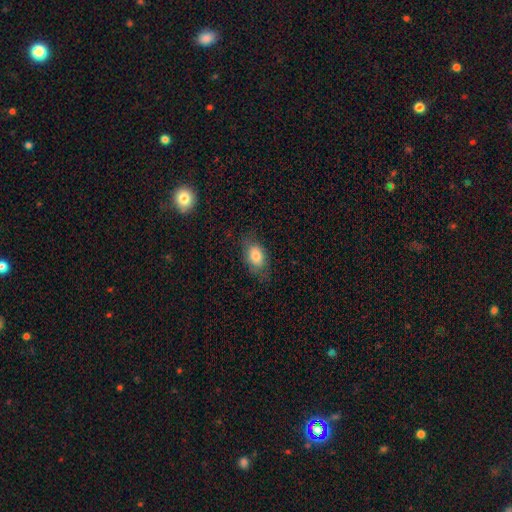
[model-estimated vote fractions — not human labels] A smooth galaxy with no disk features (81%) that is in between round and cigar-shaped (87%).

Vote fractions:
- Smooth or featured? smooth: 81% / featured or disk: 12% / star or artifact: 8%
- How rounded? in between: 87% / round: 11% / cigar-shaped: 3%
- Merging? none: 70% / minor disturbance: 21% / major disturbance: 8% / merger: 1%